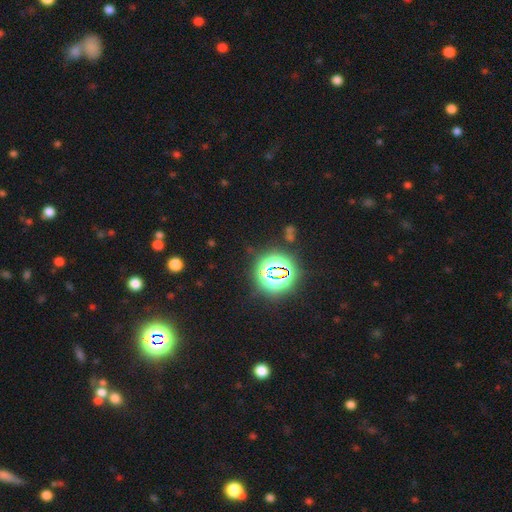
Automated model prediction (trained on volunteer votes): Q: Smooth or featured?
A: star or artifact (82%); runner-up: smooth (12%)